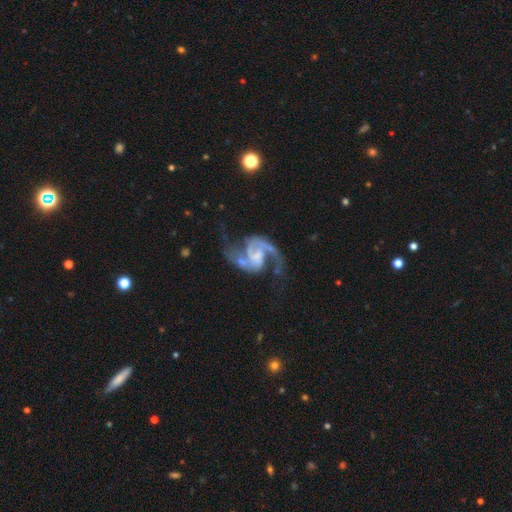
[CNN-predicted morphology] This appears to be a featured or disk galaxy (91%) with no bar (43%), 2 (91%) medium (51%) spiral arms (97%) and no central bulge (40%). Merging: none (53%).